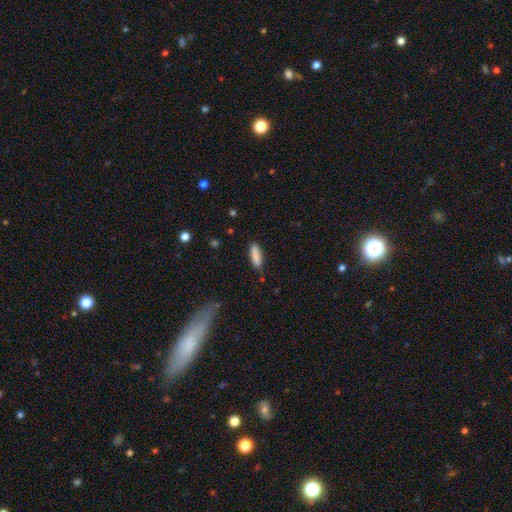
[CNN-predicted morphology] smooth-or-featured: smooth: 87% | star or artifact: 7% | featured or disk: 6%
  how-rounded: cigar-shaped: 53% | in between: 45% | round: 2%
  merging: none: 83% | minor disturbance: 13% | major disturbance: 3% | merger: 2%